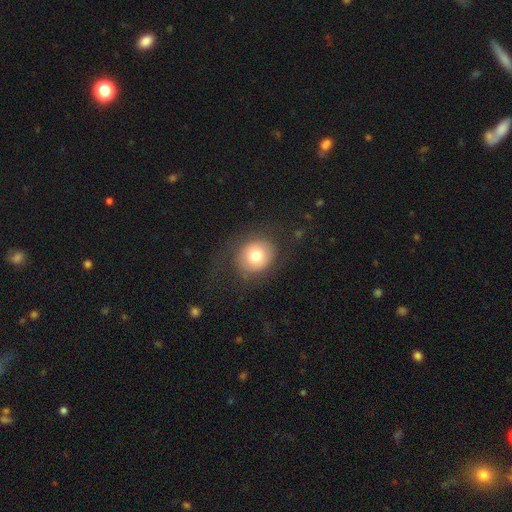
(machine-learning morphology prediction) smooth-or-featured: smooth: 72% | featured or disk: 18% | star or artifact: 10%
  how-rounded: round: 69% | in between: 30% | cigar-shaped: 1%
  merging: none: 75% | minor disturbance: 13% | major disturbance: 11% | merger: 1%